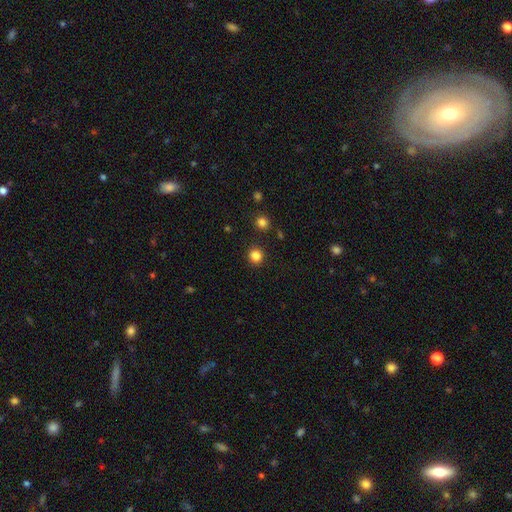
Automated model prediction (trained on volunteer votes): This appears to be a smooth galaxy with no disk features (84%) that is round (92%). Merging: none (90%).